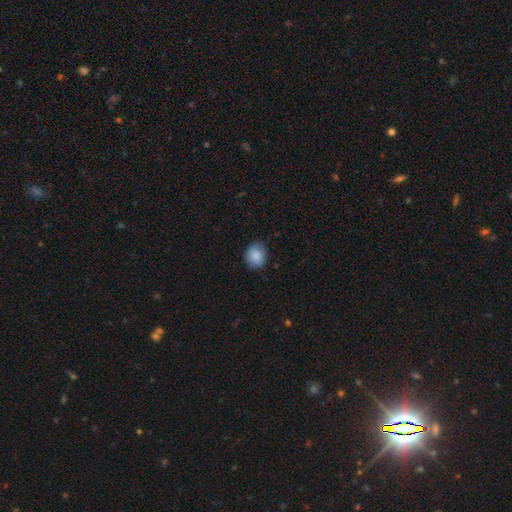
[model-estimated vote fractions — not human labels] Q: Smooth or featured?
A: smooth (87%); runner-up: star or artifact (7%)
Q: How rounded?
A: round (64%); runner-up: in between (35%)
Q: Merging?
A: none (79%); runner-up: minor disturbance (17%)